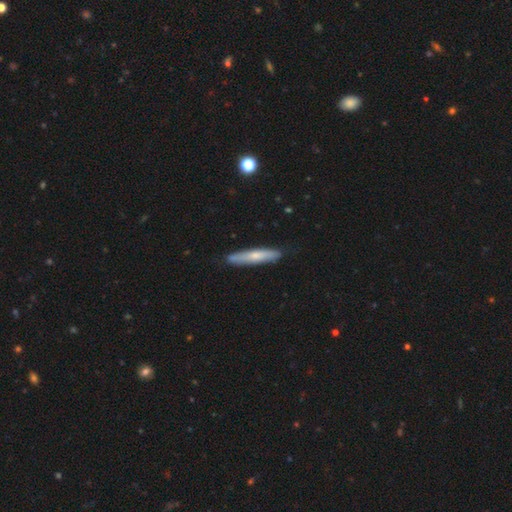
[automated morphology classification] smooth 58%, featured or disk 36%, star or artifact 6%. Down the decision tree: how rounded — cigar-shaped (91%); merging — none (87%).